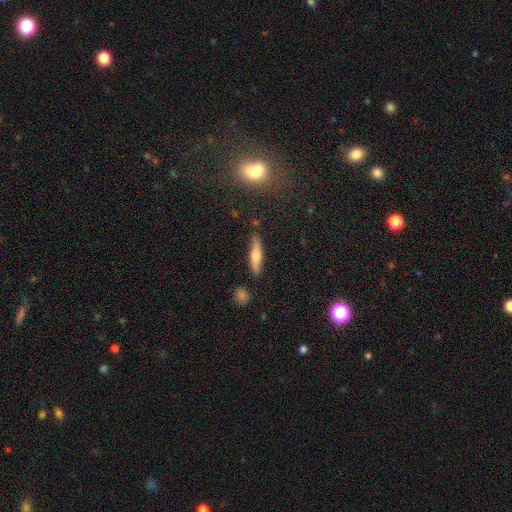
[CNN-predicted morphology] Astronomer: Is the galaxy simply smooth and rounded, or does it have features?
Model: smooth — 55% (runner-up: featured or disk, 37%).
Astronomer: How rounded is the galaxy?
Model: cigar-shaped — 78%.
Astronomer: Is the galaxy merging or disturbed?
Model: none — 84%.